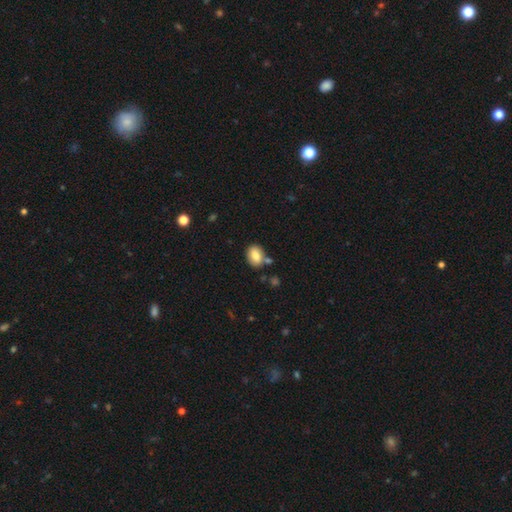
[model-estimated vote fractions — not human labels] smooth 83%, featured or disk 9%, star or artifact 8%. Down the decision tree: how rounded — in between (75%); merging — none (73%).